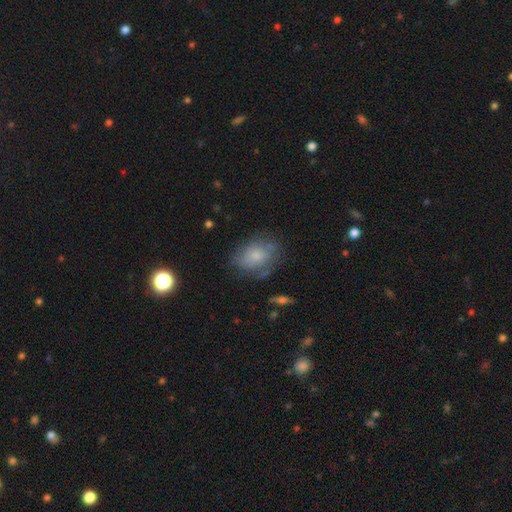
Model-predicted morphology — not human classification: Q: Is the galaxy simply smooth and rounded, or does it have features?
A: smooth — 64%.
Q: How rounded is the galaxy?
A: in between — 68%.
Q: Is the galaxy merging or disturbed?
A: none — 62%.